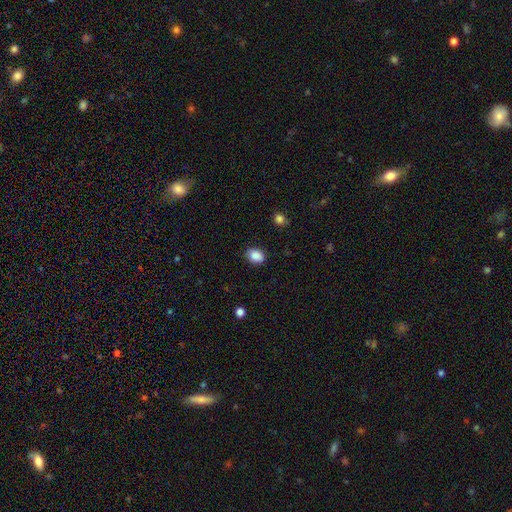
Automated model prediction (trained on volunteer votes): A smooth galaxy with no disk features (88%) that is in between round and cigar-shaped (69%). Merging: none (82%).